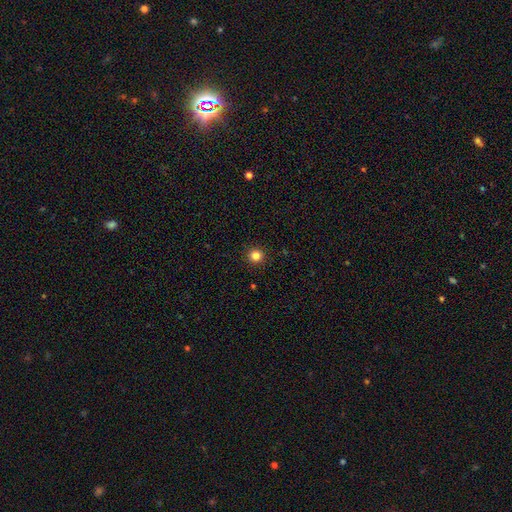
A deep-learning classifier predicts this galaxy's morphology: smooth_or_featured: smooth (p=0.84) [alt: star or artifact p=0.12]
how_rounded: round (p=0.94) [alt: in between p=0.05]
merging: none (p=0.93) [alt: minor disturbance p=0.04]